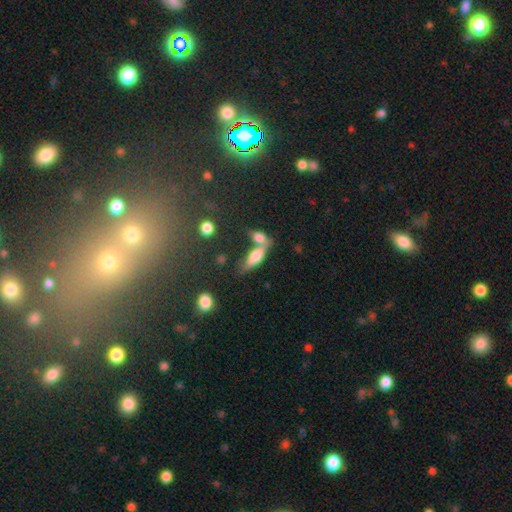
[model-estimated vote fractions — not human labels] smooth 67%, featured or disk 25%, star or artifact 8%. Down the decision tree: how rounded — in between (59%); merging — merger (46%).